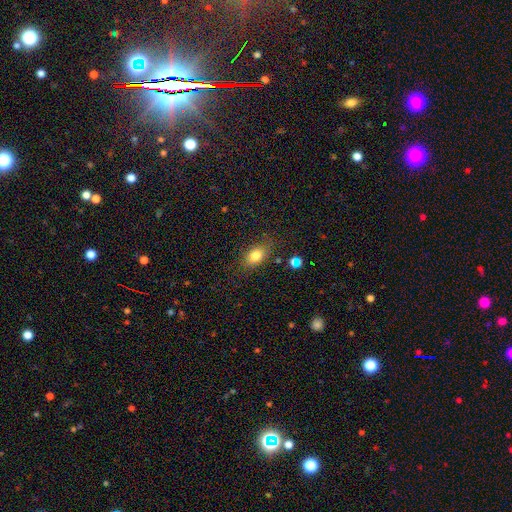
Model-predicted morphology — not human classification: A smooth galaxy with no disk features (80%) that is in between round and cigar-shaped (79%).

Vote fractions:
- Smooth or featured? smooth: 80% / featured or disk: 10% / star or artifact: 10%
- How rounded? in between: 79% / round: 18% / cigar-shaped: 3%
- Merging? none: 78% / minor disturbance: 15% / major disturbance: 5% / merger: 2%